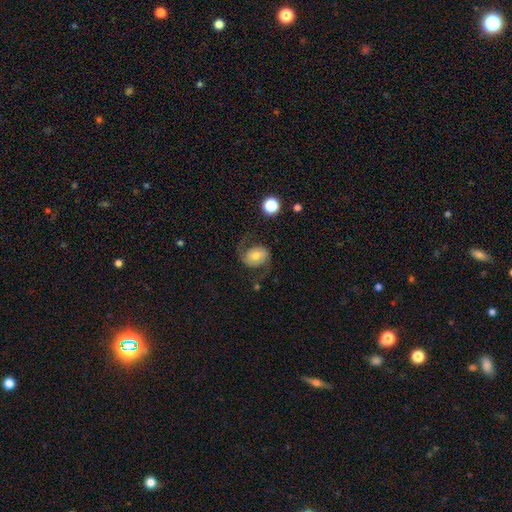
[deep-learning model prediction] Smooth or featured: featured or disk — 63% (smooth — 27%)
Edge-on disk: no — 97% (yes — 3%)
Bar: no — 54% (weak — 33%)
Spiral arms: yes — 90% (no — 10%)
Spiral winding: loose — 45% (medium — 41%)
Spiral arm count: 2 — 86% (1 — 6%)
Bulge size: moderate — 59% (small — 28%)
Merging: none — 63% (major disturbance — 18%)